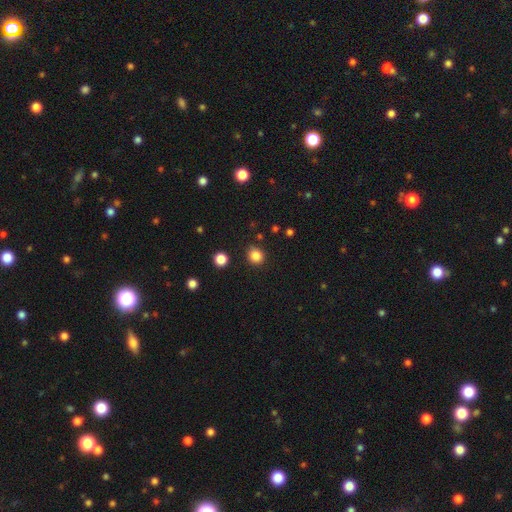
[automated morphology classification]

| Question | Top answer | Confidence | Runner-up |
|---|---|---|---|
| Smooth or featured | smooth | 84% | star or artifact (12%) |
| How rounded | round | 85% | in between (14%) |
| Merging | none | 86% | minor disturbance (9%) |